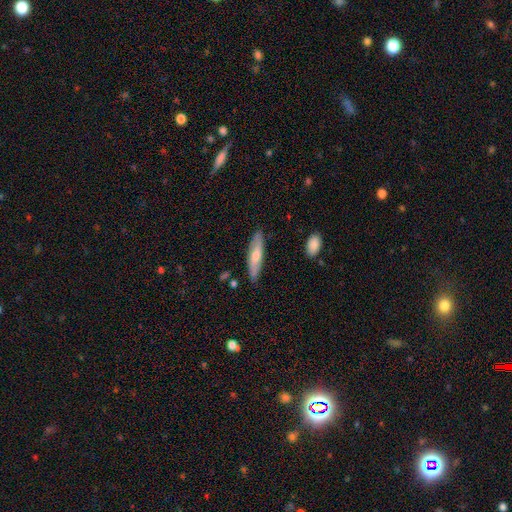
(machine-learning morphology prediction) Smooth or featured? Predicted: smooth (p=0.55). How rounded? Predicted: cigar-shaped (p=0.71). Merging? Predicted: none (p=0.84).